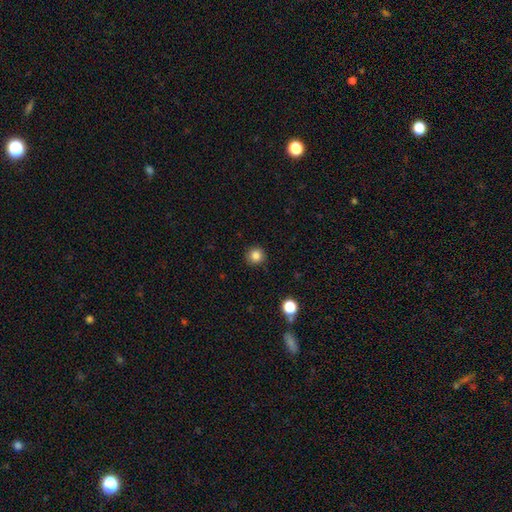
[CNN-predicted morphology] Smooth or featured?
  - smooth: 84% *
  - star or artifact: 12%
  - featured or disk: 4%
How rounded?
  - round: 93% *
  - in between: 6%
  - cigar-shaped: 1%
Merging?
  - none: 89% *
  - minor disturbance: 7%
  - major disturbance: 2%
  - merger: 1%